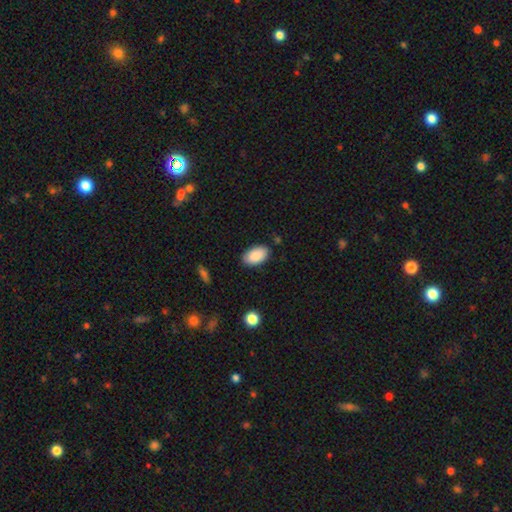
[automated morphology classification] smooth_or_featured: smooth (p=0.89) [alt: star or artifact p=0.06]
how_rounded: in between (p=0.95) [alt: round p=0.04]
merging: none (p=0.85) [alt: minor disturbance p=0.11]